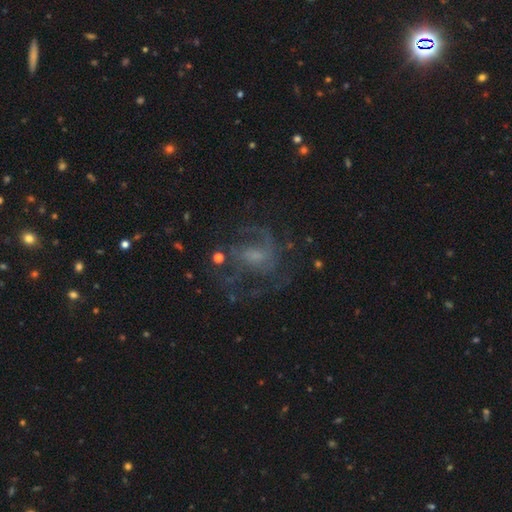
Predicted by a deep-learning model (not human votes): A featured or disk galaxy (74%) with no bar (48%), 2 (33%) medium (49%) spiral arms (83%) and a small central bulge (42%). Merging: none (56%).